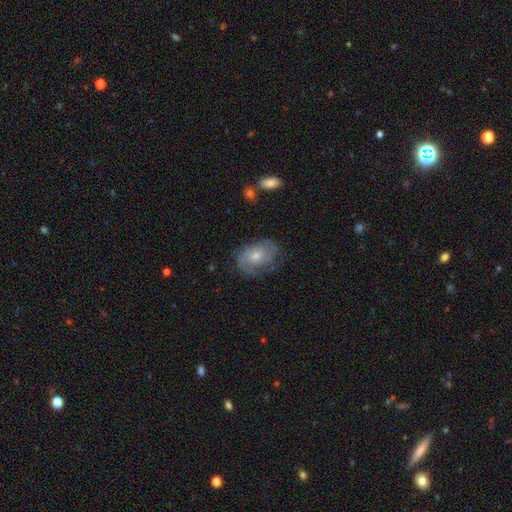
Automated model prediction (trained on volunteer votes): Morphology: type=featured or disk (71%); edge-on=no (96%); bar=no (74%); spiral arms=yes (89%); winding=tight (54%); arm count=2 (44%); bulge=moderate (48%); merging=none (70%).